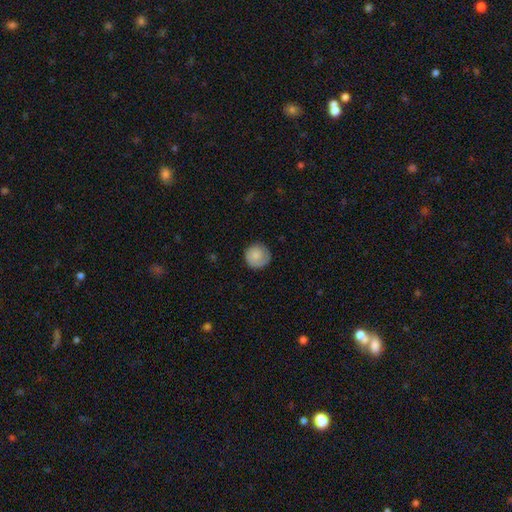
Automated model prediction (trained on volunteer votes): Smooth or featured? Predicted: smooth (p=0.81). How rounded? Predicted: round (p=0.94). Merging? Predicted: none (p=0.81).